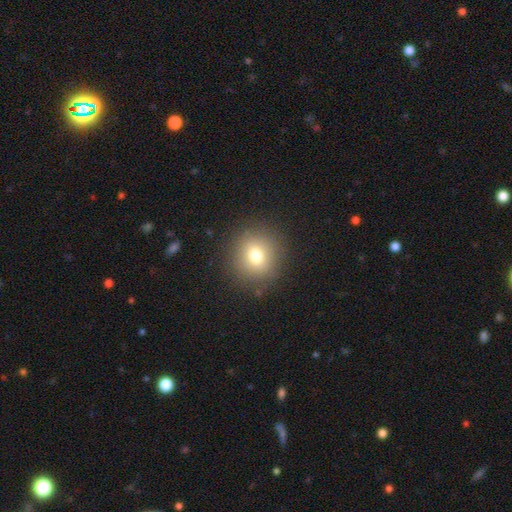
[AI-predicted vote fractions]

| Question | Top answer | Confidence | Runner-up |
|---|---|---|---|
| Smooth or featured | smooth | 75% | star or artifact (13%) |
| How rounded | round | 92% | in between (7%) |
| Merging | none | 88% | minor disturbance (7%) |